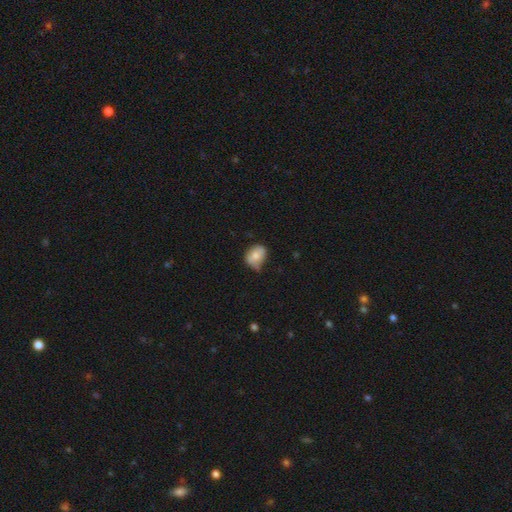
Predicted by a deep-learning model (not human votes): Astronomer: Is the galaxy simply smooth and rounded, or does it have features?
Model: smooth — 71%.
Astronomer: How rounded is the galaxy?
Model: in between — 60% (runner-up: round, 39%).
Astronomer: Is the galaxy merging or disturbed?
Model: minor disturbance — 44% (runner-up: none, 42%).